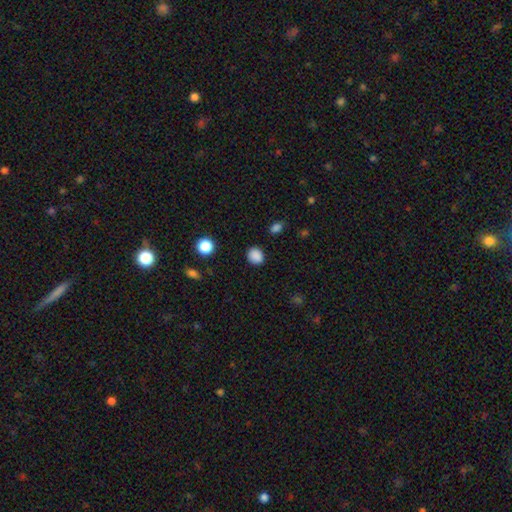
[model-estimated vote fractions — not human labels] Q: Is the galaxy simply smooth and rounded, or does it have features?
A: smooth — 87%.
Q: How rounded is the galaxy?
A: round — 74%.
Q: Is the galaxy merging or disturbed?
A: none — 88%.